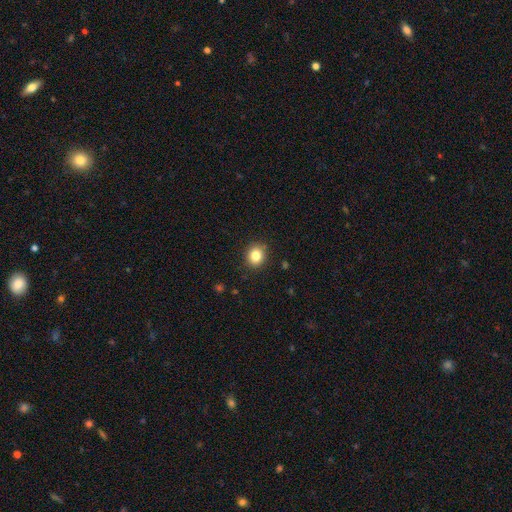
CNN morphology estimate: type=smooth (83%); roundness=round (77%); merging=none (89%).